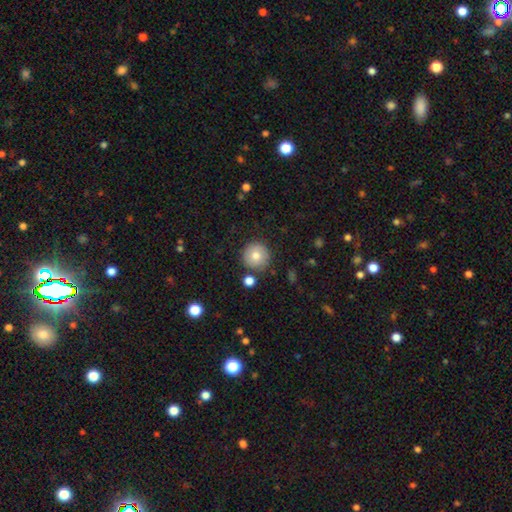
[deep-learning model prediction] Morphology: type=smooth (79%); roundness=round (95%); merging=none (84%).